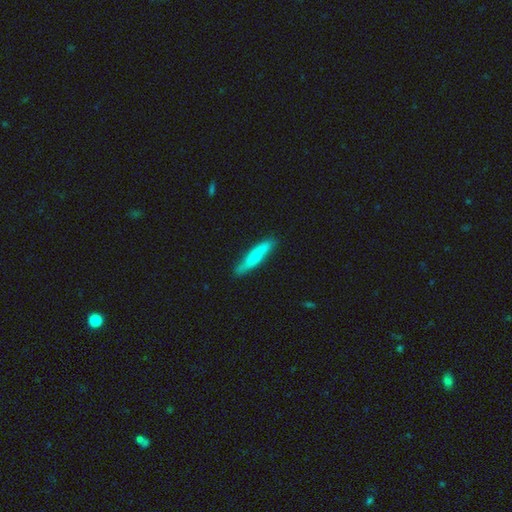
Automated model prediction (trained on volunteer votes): smooth_or_featured: smooth (p=0.63) [alt: featured or disk p=0.32]
how_rounded: cigar-shaped (p=0.86) [alt: in between p=0.12]
merging: none (p=0.83) [alt: minor disturbance p=0.14]